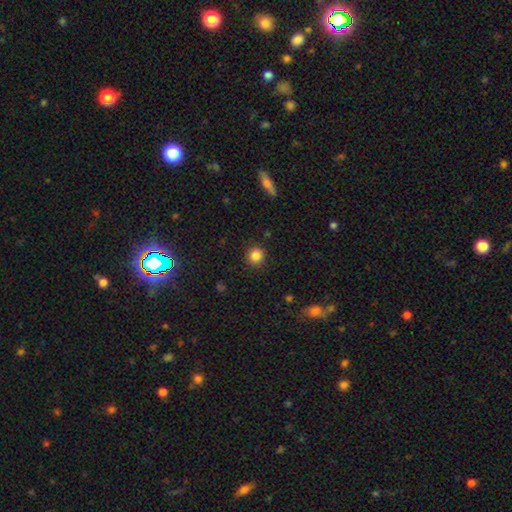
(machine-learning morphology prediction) Smooth or featured? Predicted: smooth (p=0.85). How rounded? Predicted: round (p=0.91). Merging? Predicted: none (p=0.90).